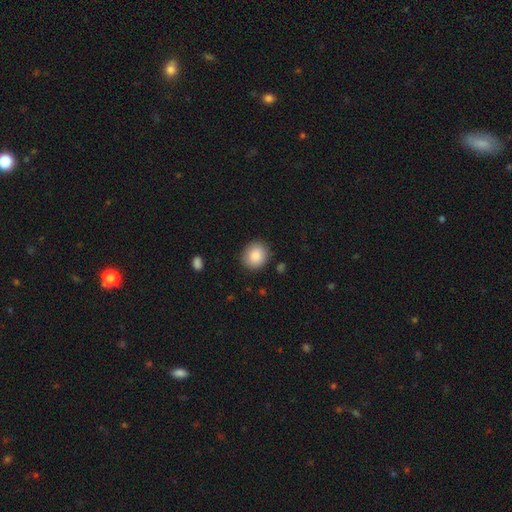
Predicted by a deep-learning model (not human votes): Overall: smooth (86%). How rounded: round (78%). Merging: none (88%).